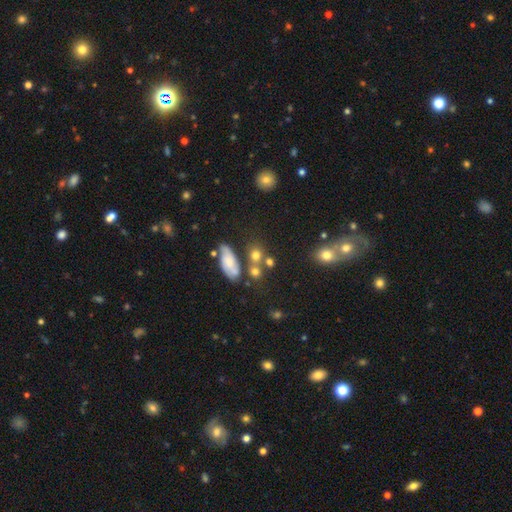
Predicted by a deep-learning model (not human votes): smooth 70%, featured or disk 15%, star or artifact 15%. Down the decision tree: how rounded — round (69%); merging — none (55%).